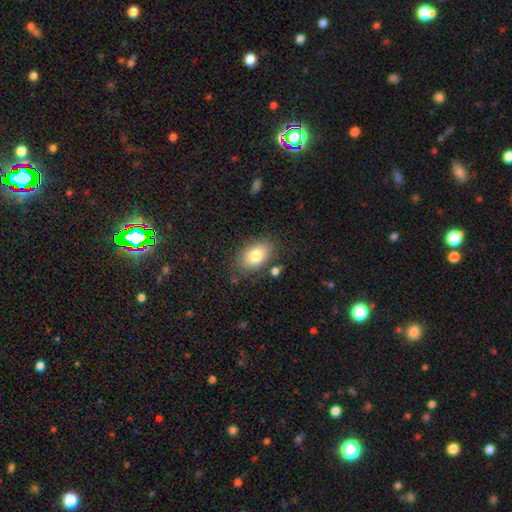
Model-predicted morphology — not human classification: Smooth or featured? Predicted: smooth (p=0.80). How rounded? Predicted: in between (p=0.89). Merging? Predicted: none (p=0.78).